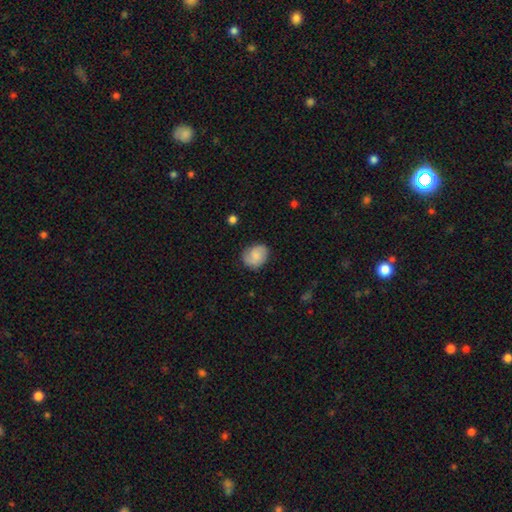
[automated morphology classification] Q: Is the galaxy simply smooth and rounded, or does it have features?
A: smooth — 58%.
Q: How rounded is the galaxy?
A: round — 56%.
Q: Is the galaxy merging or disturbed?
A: none — 77%.